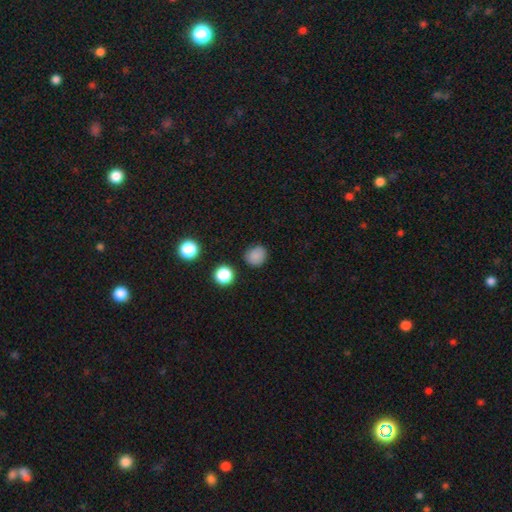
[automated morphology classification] smooth_or_featured: smooth (p=0.85) [alt: star or artifact p=0.12]
how_rounded: round (p=0.82) [alt: in between p=0.17]
merging: none (p=0.85) [alt: minor disturbance p=0.10]